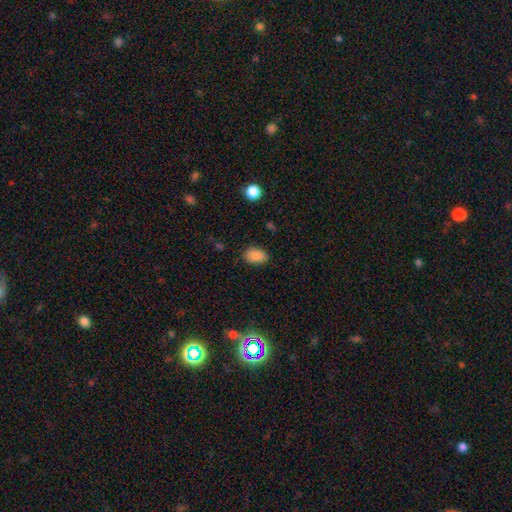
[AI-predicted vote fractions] Q: Smooth or featured?
A: smooth (86%); runner-up: star or artifact (9%)
Q: How rounded?
A: in between (87%); runner-up: round (11%)
Q: Merging?
A: none (83%); runner-up: minor disturbance (12%)